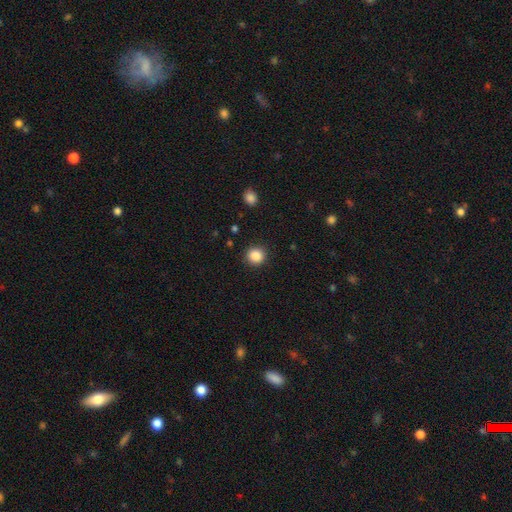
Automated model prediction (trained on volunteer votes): smooth_or_featured: smooth (p=0.88) [alt: star or artifact p=0.10]
how_rounded: round (p=0.92) [alt: in between p=0.07]
merging: none (p=0.91) [alt: minor disturbance p=0.06]